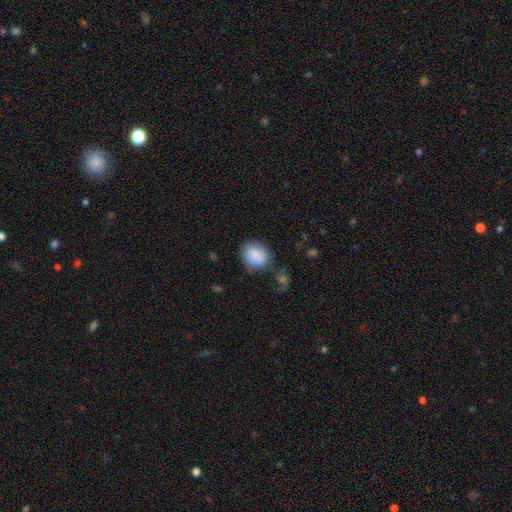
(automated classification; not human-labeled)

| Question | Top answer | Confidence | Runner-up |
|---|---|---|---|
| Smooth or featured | smooth | 84% | featured or disk (9%) |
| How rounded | round | 56% | in between (43%) |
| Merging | none | 62% | minor disturbance (21%) |